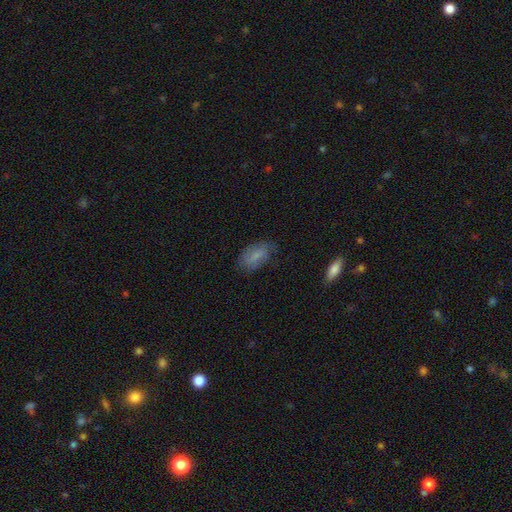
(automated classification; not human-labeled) A smooth galaxy with no disk features (70%) that is in between round and cigar-shaped (89%). Merging: none (68%).